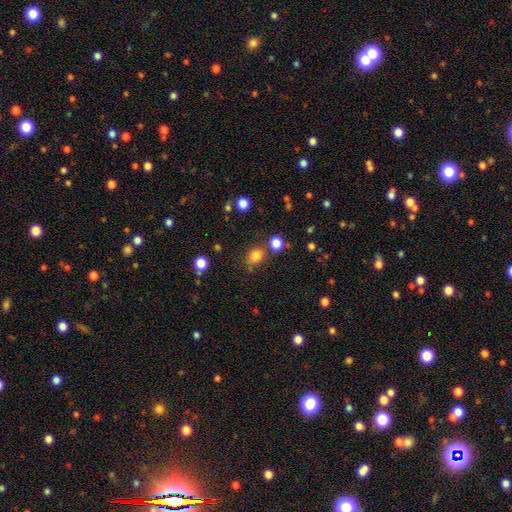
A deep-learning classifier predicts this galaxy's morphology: smooth-or-featured: smooth: 81% | star or artifact: 13% | featured or disk: 6%
  how-rounded: round: 58% | in between: 41% | cigar-shaped: 1%
  merging: none: 71% | minor disturbance: 13% | merger: 11% | major disturbance: 4%